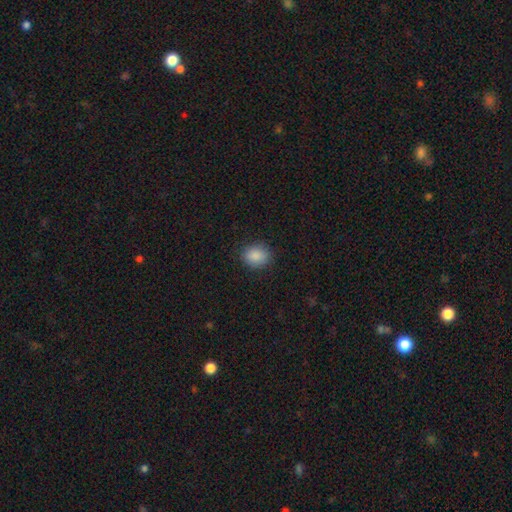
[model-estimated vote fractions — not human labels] Smooth or featured? Predicted: smooth (p=0.88). How rounded? Predicted: round (p=0.57). Merging? Predicted: none (p=0.88).